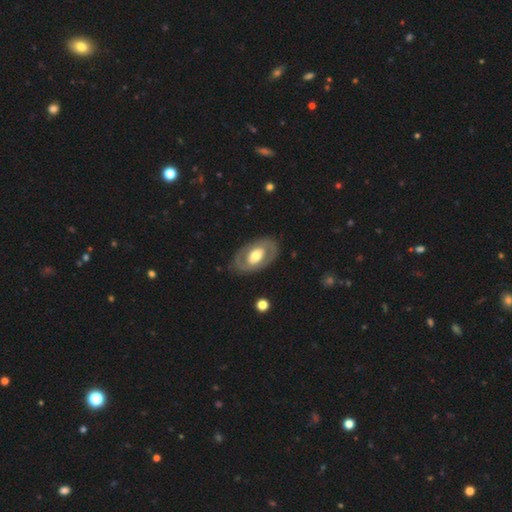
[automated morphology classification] type=featured or disk (60%); edge-on=no (92%); bar=no (64%); spiral arms=no (68%); bulge=moderate (58%); merging=none (82%).